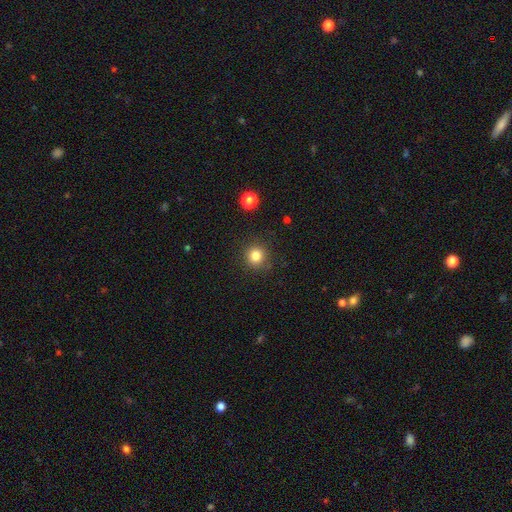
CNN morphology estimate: Smooth or featured? Predicted: smooth (p=0.82). How rounded? Predicted: round (p=0.92). Merging? Predicted: none (p=0.88).